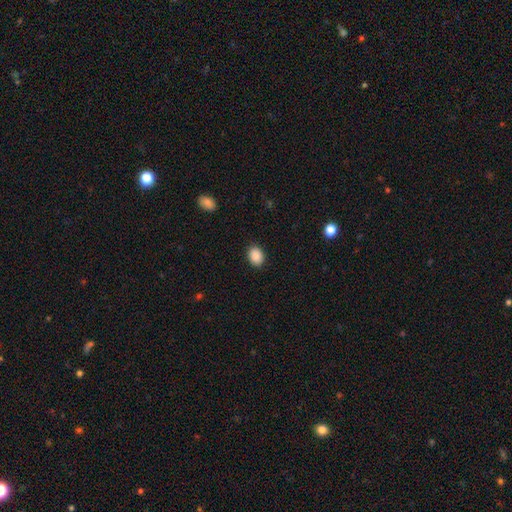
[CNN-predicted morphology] A smooth galaxy with no disk features (89%) that is in between round and cigar-shaped (69%). Merging: none (88%).